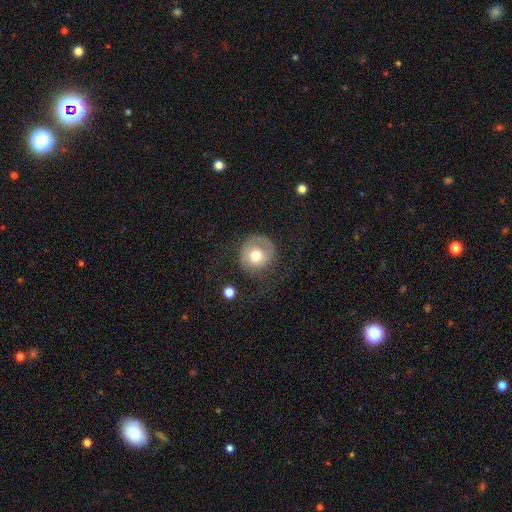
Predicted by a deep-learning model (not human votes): Smooth or featured? Predicted: smooth (p=0.64). How rounded? Predicted: round (p=0.89). Merging? Predicted: none (p=0.55).